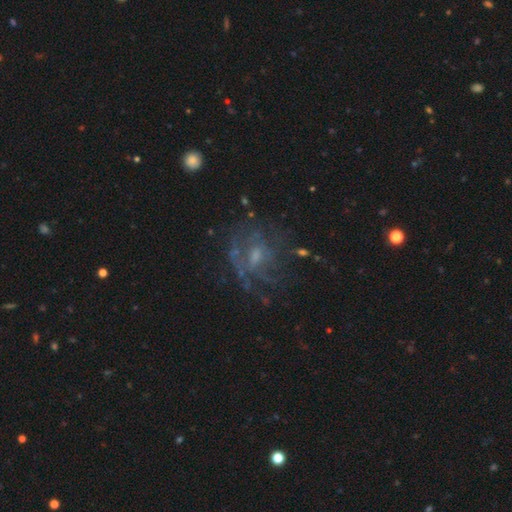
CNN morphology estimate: smooth_or_featured: featured or disk (p=0.66) [alt: smooth p=0.18]
disk_edge_on: no (p=0.97) [alt: yes p=0.03]
bar: no (p=0.59) [alt: weak p=0.34]
has_spiral_arms: yes (p=0.56) [alt: no p=0.44]
bulge_size: small (p=0.43) [alt: moderate p=0.39]
merging: none (p=0.54) [alt: major disturbance p=0.24]